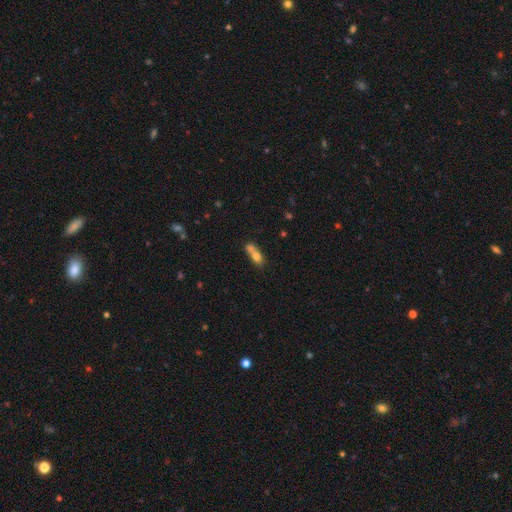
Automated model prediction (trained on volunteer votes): Q: Smooth or featured?
A: smooth (71%); runner-up: featured or disk (19%)
Q: How rounded?
A: in between (65%); runner-up: round (22%)
Q: Merging?
A: merger (66%); runner-up: none (21%)